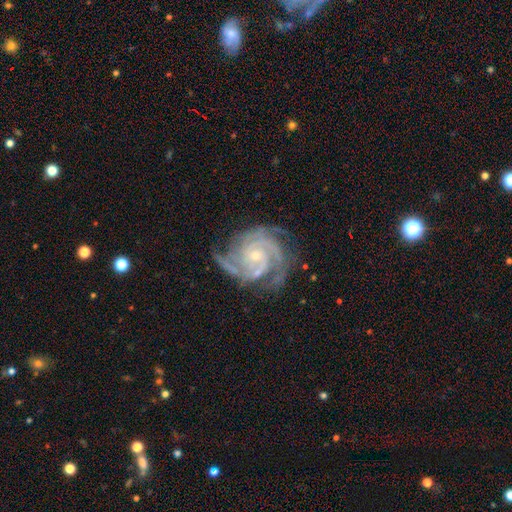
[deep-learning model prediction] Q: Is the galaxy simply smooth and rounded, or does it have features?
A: featured or disk — 92%.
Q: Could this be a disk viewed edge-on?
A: no — 98%.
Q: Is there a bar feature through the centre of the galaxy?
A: no — 70%.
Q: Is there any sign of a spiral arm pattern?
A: yes — 98%.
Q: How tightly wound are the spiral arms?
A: tight — 66%.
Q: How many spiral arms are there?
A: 3 — 41%.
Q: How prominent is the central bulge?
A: small — 70%.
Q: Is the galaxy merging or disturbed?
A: none — 70%.